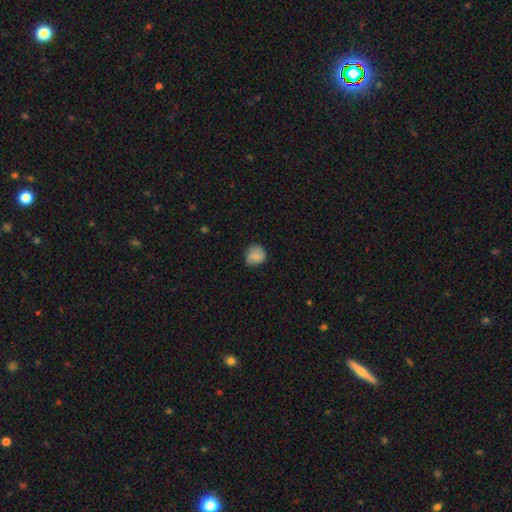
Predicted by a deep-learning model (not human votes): This is likely a smooth galaxy (77%). How rounded: clearly round (81%). Merging: likely none (72%).